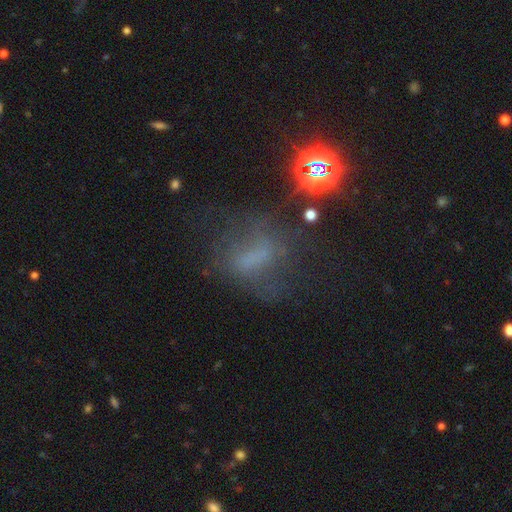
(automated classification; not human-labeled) smooth_or_featured: star or artifact (p=0.34) [alt: smooth p=0.33]